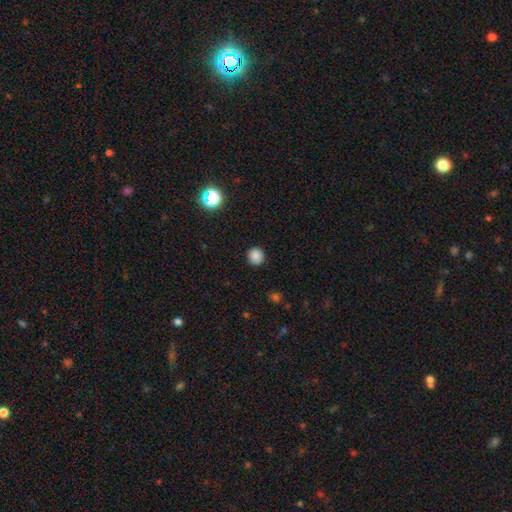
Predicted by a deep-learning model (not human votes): Morphology: type=smooth (85%); roundness=round (93%); merging=none (91%).